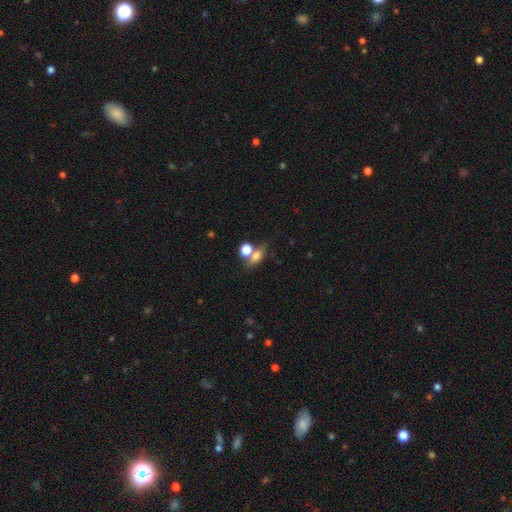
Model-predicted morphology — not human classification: type=smooth (67%); roundness=in between (57%); merging=none (44%).